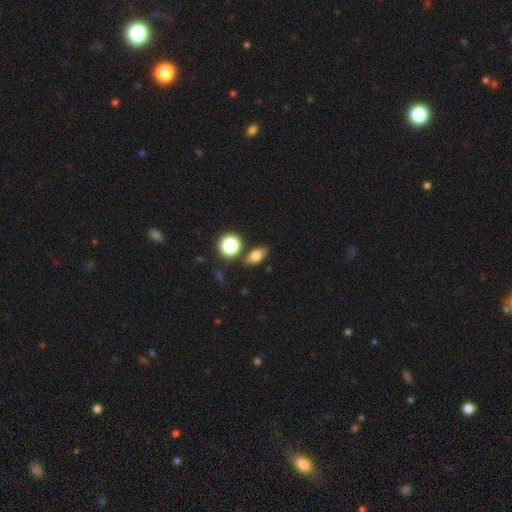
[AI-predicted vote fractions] Overall: smooth (73%). How rounded: in between (76%). Merging: none (80%).